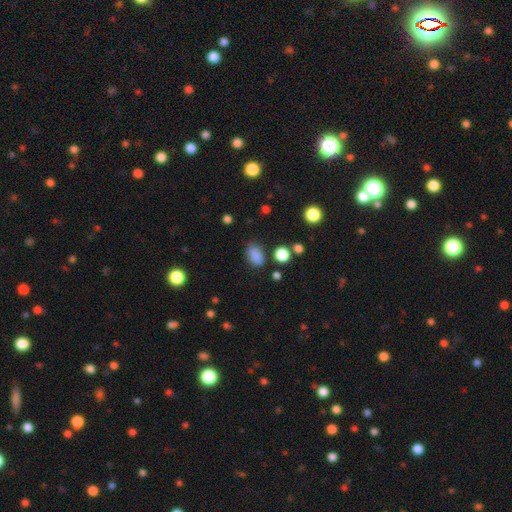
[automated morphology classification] Smooth or featured?
  - smooth: 85% *
  - star or artifact: 11%
  - featured or disk: 4%
How rounded?
  - in between: 87% *
  - round: 11%
  - cigar-shaped: 2%
Merging?
  - none: 75% *
  - minor disturbance: 17%
  - major disturbance: 5%
  - merger: 3%